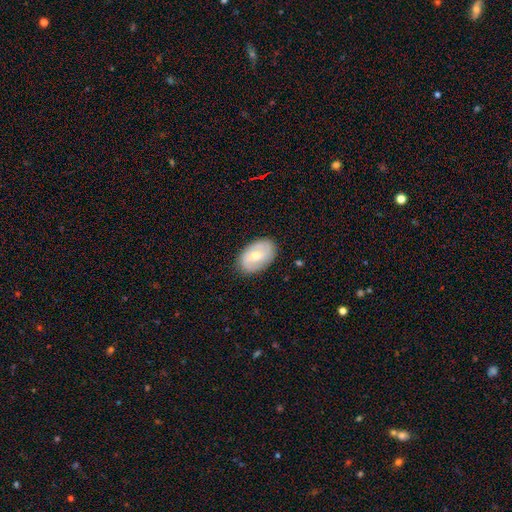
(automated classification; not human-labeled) Smooth or featured?
  - featured or disk: 52% *
  - smooth: 42%
  - star or artifact: 6%
Edge-on disk?
  - no: 94% *
  - yes: 6%
Merging?
  - none: 84% *
  - minor disturbance: 12%
  - major disturbance: 3%
  - merger: 1%